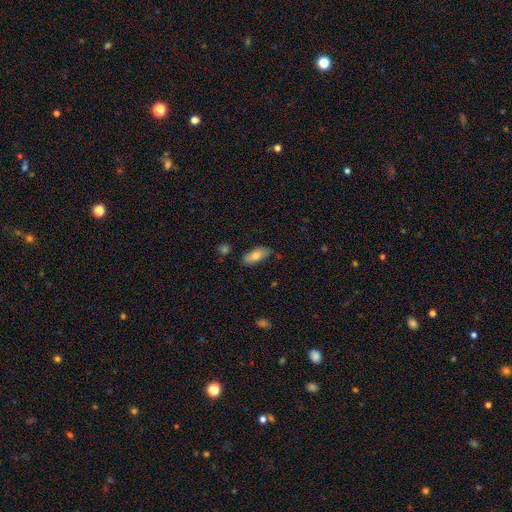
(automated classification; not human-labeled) Overall: smooth (77%). How rounded: in between (84%). Merging: none (76%).